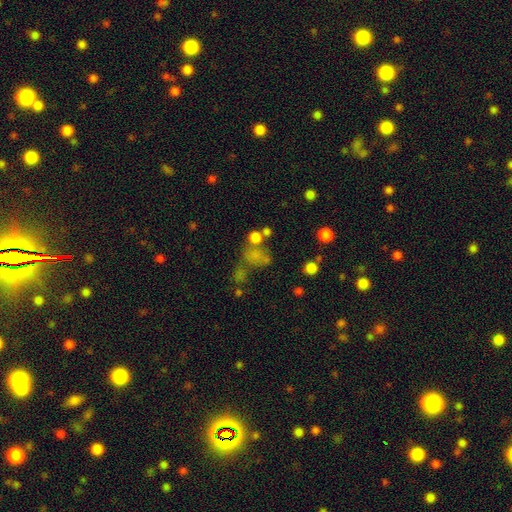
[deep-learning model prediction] A smooth galaxy with no disk features (62%) that is round (61%).

Vote fractions:
- Smooth or featured? smooth: 62% / star or artifact: 22% / featured or disk: 15%
- How rounded? round: 61% / in between: 37% / cigar-shaped: 2%
- Merging? none: 40% / merger: 34% / major disturbance: 14% / minor disturbance: 13%